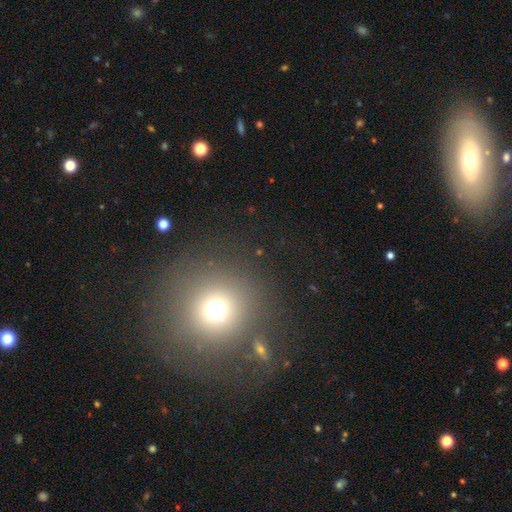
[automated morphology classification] This appears to be a smooth galaxy with no disk features (61%) that is round (90%). Merging: none (80%).